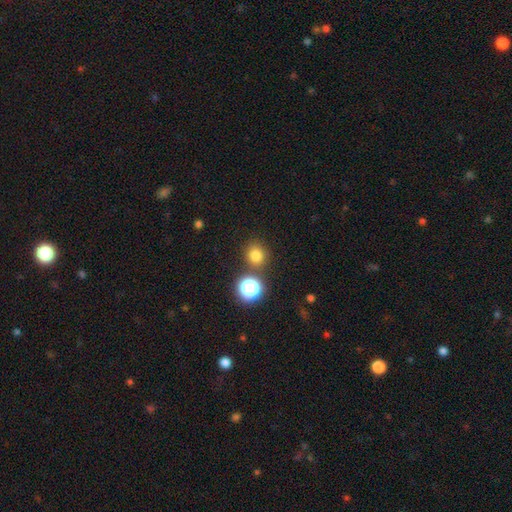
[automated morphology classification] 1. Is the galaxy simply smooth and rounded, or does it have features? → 76% smooth, 18% star or artifact, 6% featured or disk.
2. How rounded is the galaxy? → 82% round, 17% in between, 1% cigar-shaped.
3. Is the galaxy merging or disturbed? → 81% none, 8% minor disturbance, 8% merger, 3% major disturbance.